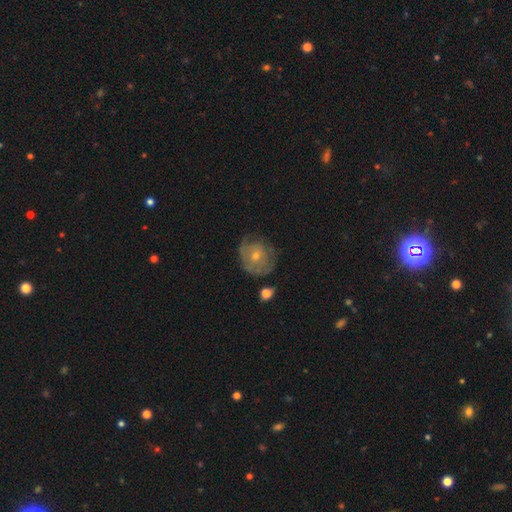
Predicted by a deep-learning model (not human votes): featured or disk 62%, smooth 28%, star or artifact 10%. Down the decision tree: edge-on disk — no (96%); bar — no (80%); spiral arms — yes (71%); bulge size — small (58%); merging — none (66%).